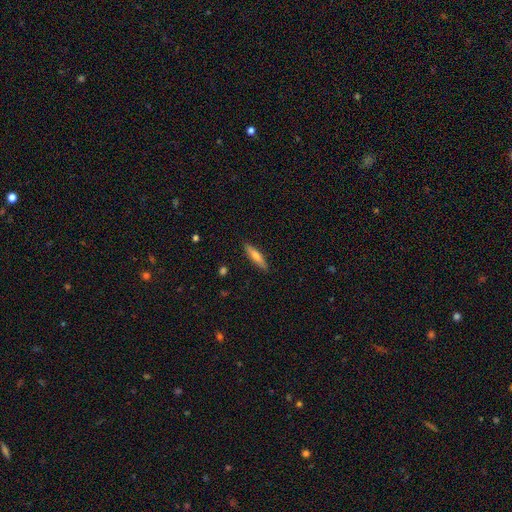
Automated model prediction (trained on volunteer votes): smooth 58%, featured or disk 35%, star or artifact 6%. Down the decision tree: how rounded — cigar-shaped (83%); merging — none (89%).